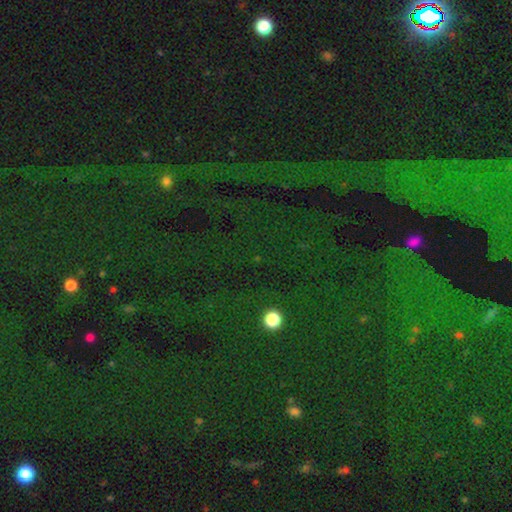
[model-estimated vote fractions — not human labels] A star or artifact, not a galaxy (82%).

Vote fractions:
- Smooth or featured? star or artifact: 82% / smooth: 10% / featured or disk: 8%